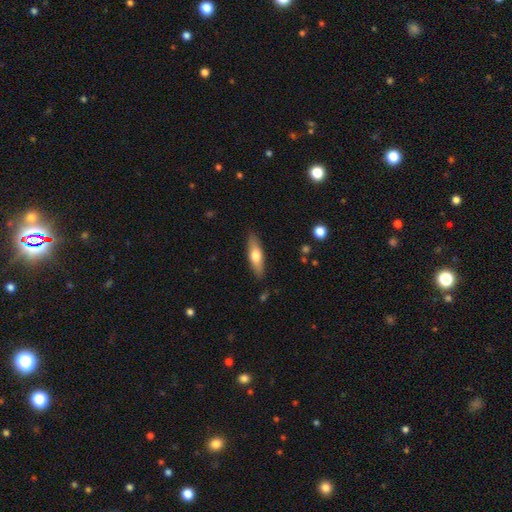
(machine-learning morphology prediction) smooth 62%, featured or disk 32%, star or artifact 6%. Down the decision tree: how rounded — cigar-shaped (53%); merging — none (86%).